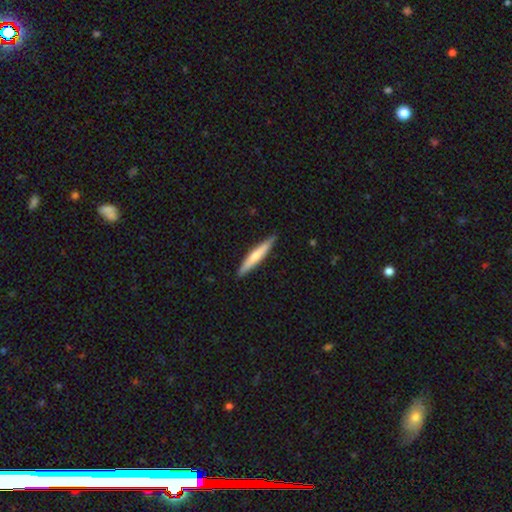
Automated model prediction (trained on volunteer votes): Smooth or featured?
  - smooth: 62% *
  - featured or disk: 33%
  - star or artifact: 5%
How rounded?
  - cigar-shaped: 94% *
  - in between: 5%
  - round: 1%
Merging?
  - none: 89% *
  - minor disturbance: 9%
  - major disturbance: 1%
  - merger: 1%